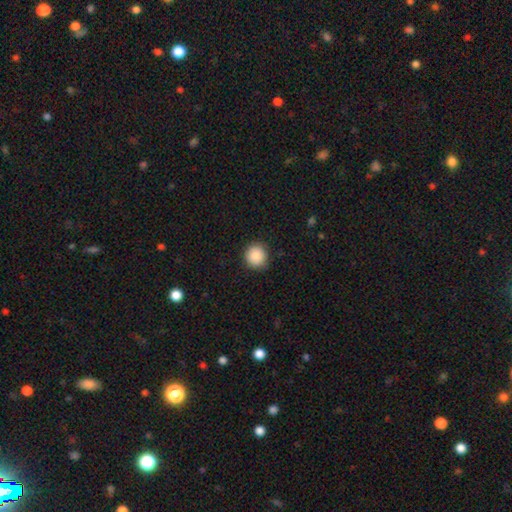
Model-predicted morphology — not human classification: The model was most divided on "smooth or featured": smooth: 89%, star or artifact: 8%, featured or disk: 3%. More confident: how rounded — round (93%); merging — none (89%).